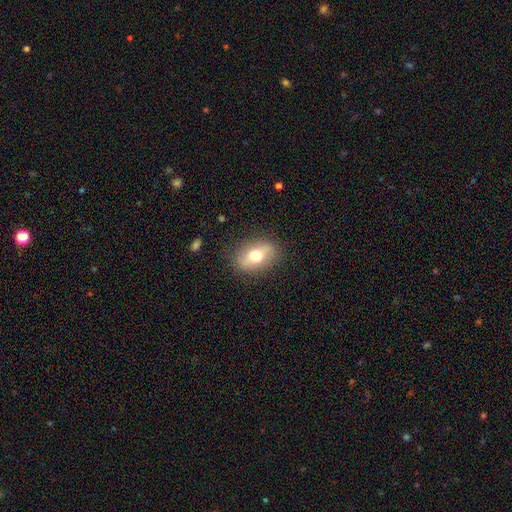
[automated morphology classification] type=smooth (59%); roundness=in between (78%); merging=none (83%).